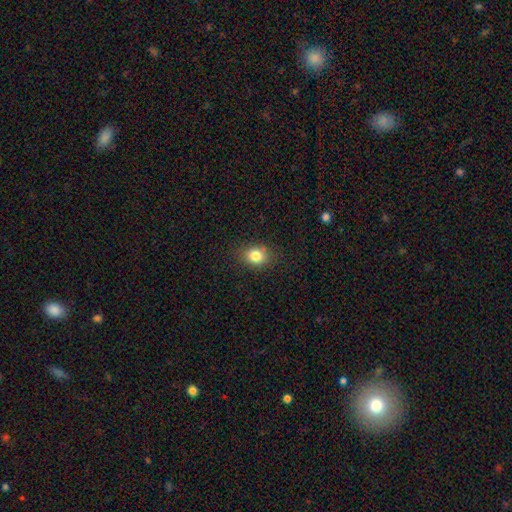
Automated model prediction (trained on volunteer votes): A smooth galaxy with no disk features (82%) that is in between round and cigar-shaped (55%).

Vote fractions:
- Smooth or featured? smooth: 82% / star or artifact: 11% / featured or disk: 8%
- How rounded? in between: 55% / round: 44% / cigar-shaped: 1%
- Merging? none: 83% / minor disturbance: 13% / major disturbance: 3% / merger: 1%